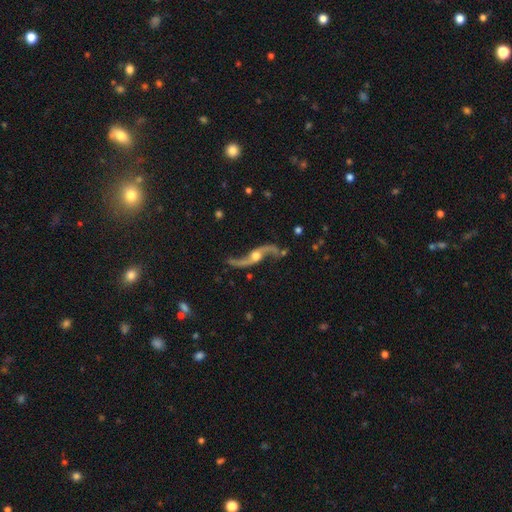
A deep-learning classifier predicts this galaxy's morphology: Smooth or featured: featured or disk — 91% (smooth — 5%)
Edge-on disk: no — 89% (yes — 11%)
Bar: no — 65% (weak — 24%)
Spiral arms: yes — 96% (no — 4%)
Spiral winding: loose — 94% (medium — 5%)
Spiral arm count: 2 — 94% (1 — 2%)
Bulge size: moderate — 66% (small — 18%)
Merging: none — 73% (minor disturbance — 14%)